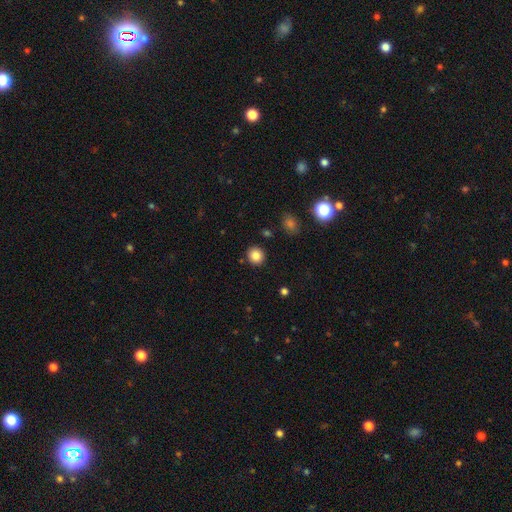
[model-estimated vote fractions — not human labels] A smooth galaxy with no disk features (84%) that is round (88%).

Vote fractions:
- Smooth or featured? smooth: 84% / star or artifact: 10% / featured or disk: 5%
- How rounded? round: 88% / in between: 11% / cigar-shaped: 1%
- Merging? none: 89% / minor disturbance: 6% / merger: 2% / major disturbance: 2%